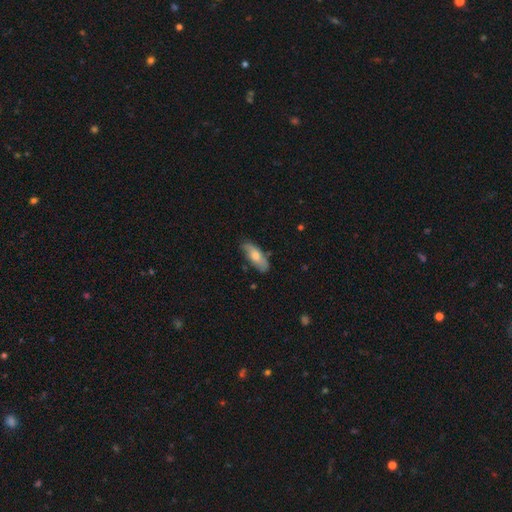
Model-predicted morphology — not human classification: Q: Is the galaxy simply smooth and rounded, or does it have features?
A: smooth — 60%.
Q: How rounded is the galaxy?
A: in between — 73%.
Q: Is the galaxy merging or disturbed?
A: none — 68%.